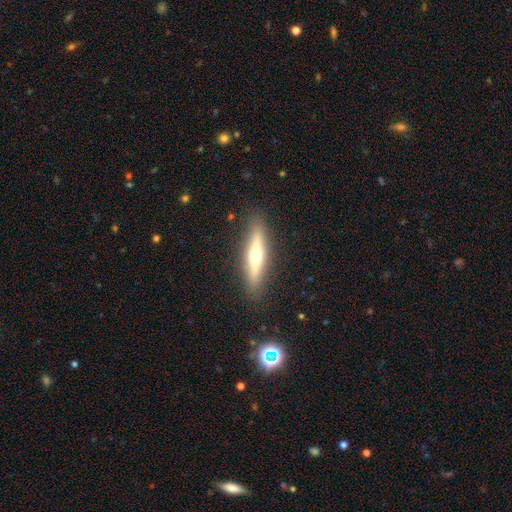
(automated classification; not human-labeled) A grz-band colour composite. It shows a featured or disk galaxy (56%) viewed edge-on (92%) with a rounded central bulge (91%). Merging: none (89%).